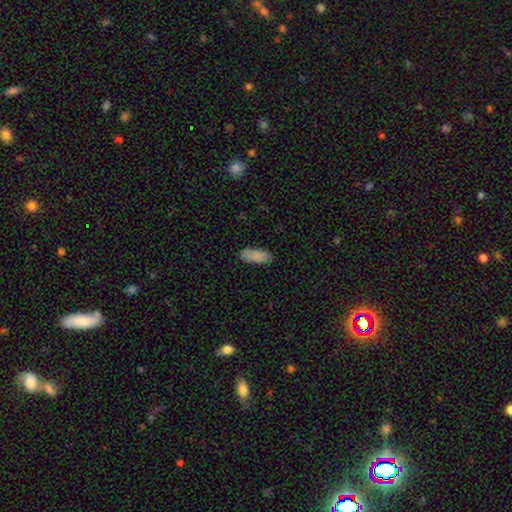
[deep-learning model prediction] smooth-or-featured: smooth: 89% | star or artifact: 6% | featured or disk: 5%
  how-rounded: in between: 75% | cigar-shaped: 23% | round: 2%
  merging: none: 87% | minor disturbance: 10% | major disturbance: 2% | merger: 1%